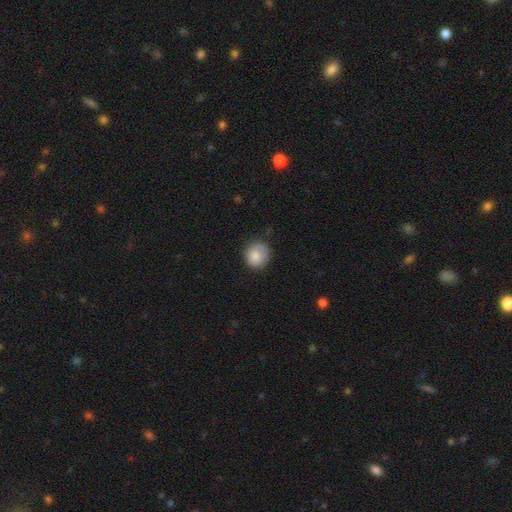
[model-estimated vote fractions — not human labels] This appears to be a smooth galaxy with no disk features (81%) that is round (84%). Merging: none (74%).